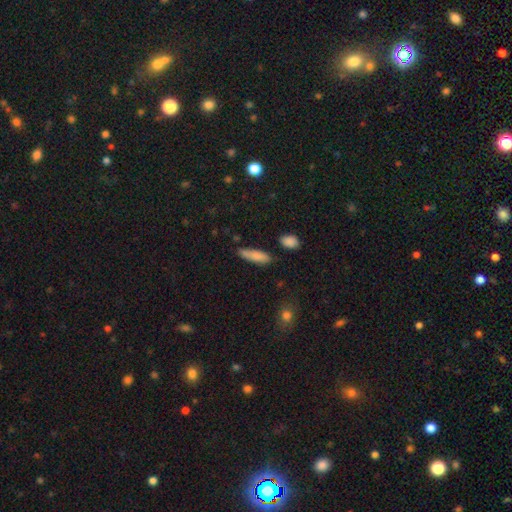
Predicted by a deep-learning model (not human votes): A smooth galaxy with no disk features (83%) that is cigar-shaped (60%). Merging: none (71%).